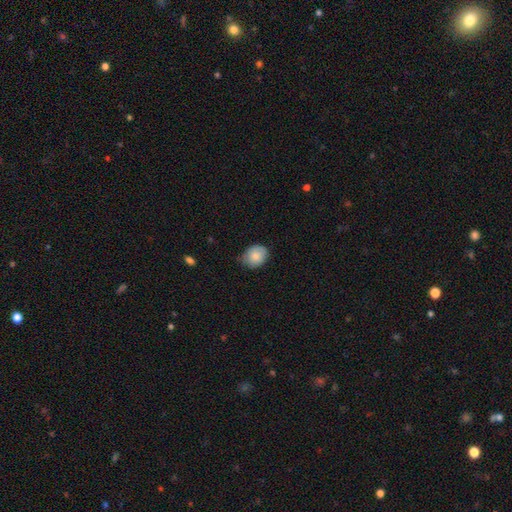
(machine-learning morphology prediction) Smooth or featured? Predicted: smooth (p=0.82). How rounded? Predicted: in between (p=0.58). Merging? Predicted: none (p=0.64).